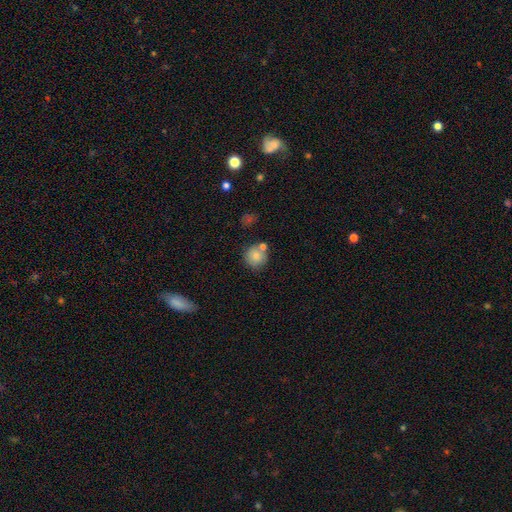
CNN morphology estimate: A smooth galaxy with no disk features (80%) that is round (91%). Merging: none (68%).